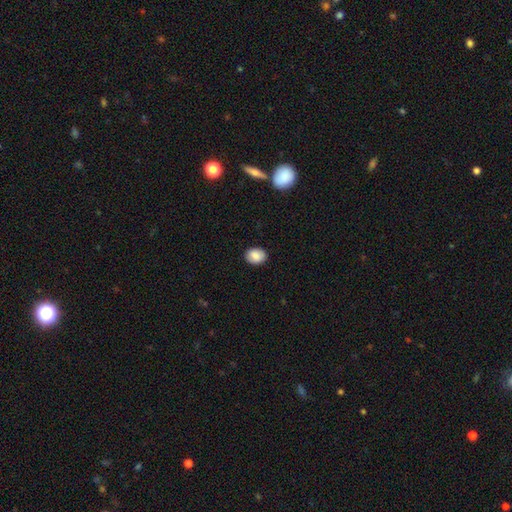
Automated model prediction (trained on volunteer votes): Q: Smooth or featured?
A: smooth (85%); runner-up: star or artifact (8%)
Q: How rounded?
A: in between (58%); runner-up: round (41%)
Q: Merging?
A: none (89%); runner-up: minor disturbance (8%)